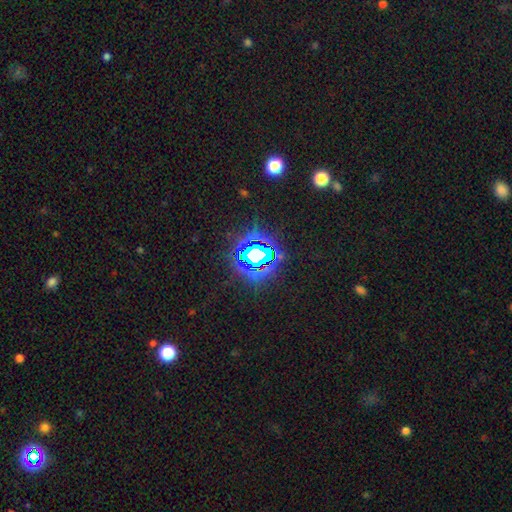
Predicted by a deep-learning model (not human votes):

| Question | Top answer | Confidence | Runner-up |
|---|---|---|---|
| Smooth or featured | star or artifact | 76% | smooth (14%) |